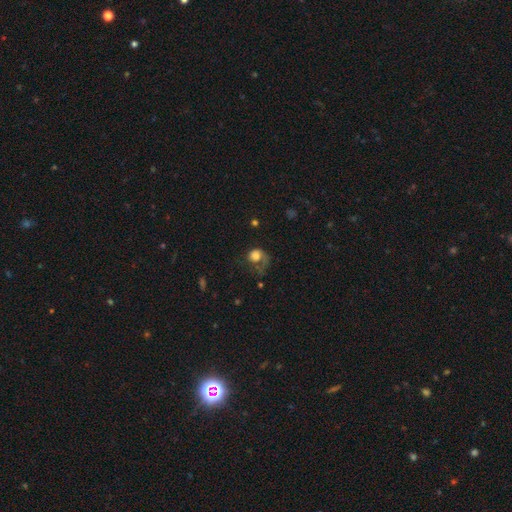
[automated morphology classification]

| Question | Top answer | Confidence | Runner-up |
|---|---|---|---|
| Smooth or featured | smooth | 60% | featured or disk (30%) |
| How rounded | round | 70% | in between (29%) |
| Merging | major disturbance | 53% | none (26%) |